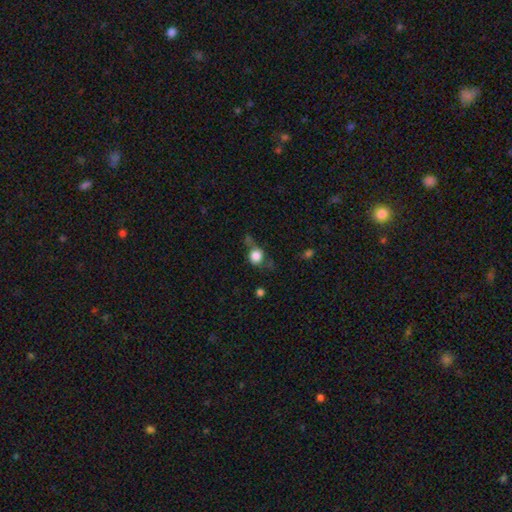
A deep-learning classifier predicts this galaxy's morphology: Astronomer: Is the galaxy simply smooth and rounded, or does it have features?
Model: smooth — 77%.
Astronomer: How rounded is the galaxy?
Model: round — 81%.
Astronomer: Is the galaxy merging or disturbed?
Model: none — 42% (runner-up: minor disturbance, 24%).